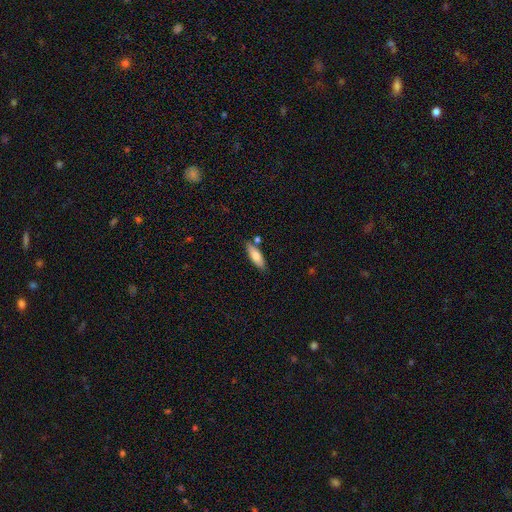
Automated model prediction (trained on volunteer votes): This is likely a smooth galaxy (71%). How rounded: possibly in between (57%). Merging: likely none (78%).